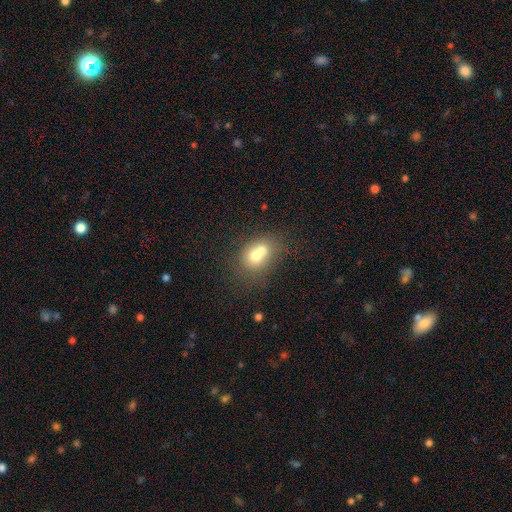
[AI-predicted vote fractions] smooth-or-featured: smooth: 65% | featured or disk: 20% | star or artifact: 15%
  how-rounded: in between: 50% | round: 49% | cigar-shaped: 2%
  merging: merger: 54% | none: 31% | minor disturbance: 10% | major disturbance: 5%